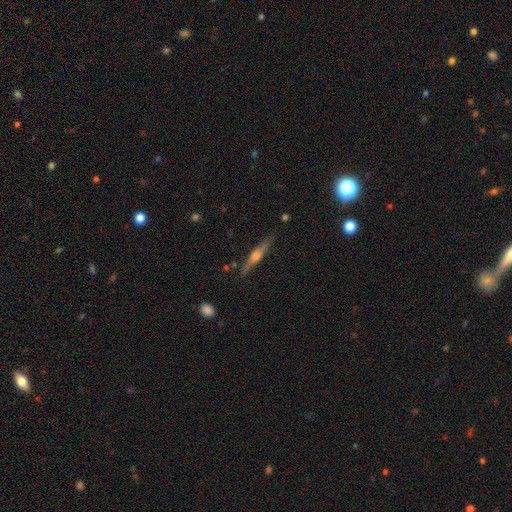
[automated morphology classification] Smooth or featured? featured or disk (71%)
Edge-on disk? yes (97%)
Edge-on bulge? rounded (87%)
Merging? none (86%)